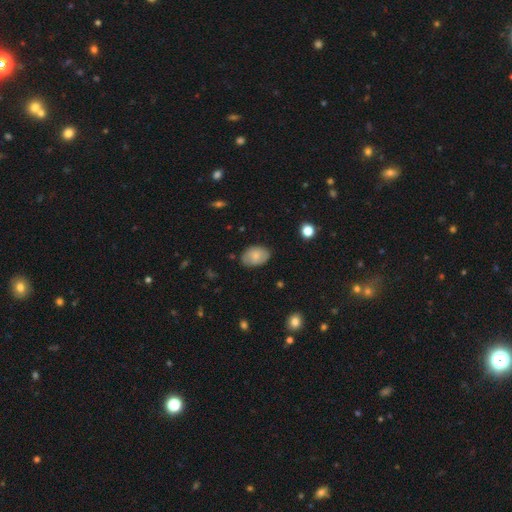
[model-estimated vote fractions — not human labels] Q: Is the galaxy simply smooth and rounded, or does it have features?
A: smooth — 75%.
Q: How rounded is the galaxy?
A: in between — 86%.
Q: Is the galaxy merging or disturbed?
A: none — 78%.